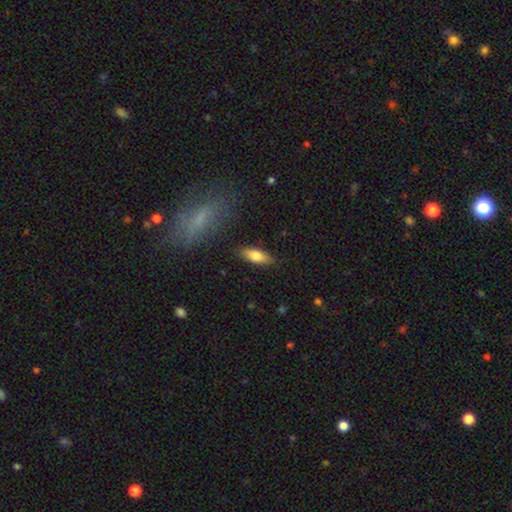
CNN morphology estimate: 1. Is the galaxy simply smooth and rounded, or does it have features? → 76% smooth, 18% featured or disk, 7% star or artifact.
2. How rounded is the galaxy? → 75% in between, 23% cigar-shaped, 3% round.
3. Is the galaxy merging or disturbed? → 85% none, 11% minor disturbance, 2% major disturbance, 2% merger.